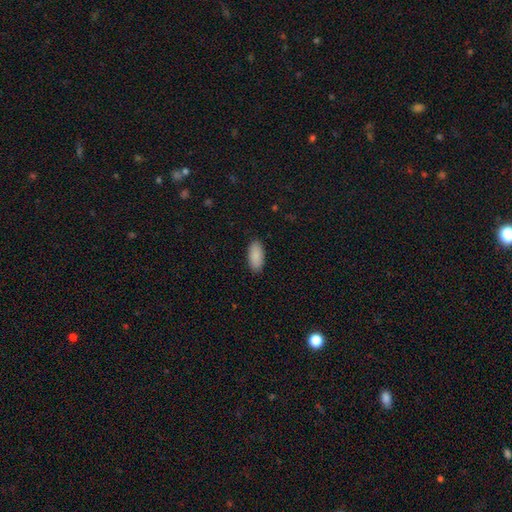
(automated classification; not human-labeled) Smooth or featured? Predicted: smooth (p=0.90). How rounded? Predicted: in between (p=0.92). Merging? Predicted: none (p=0.89).